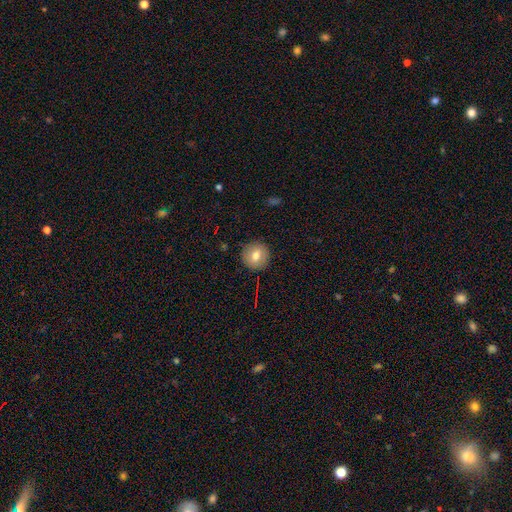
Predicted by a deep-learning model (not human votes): smooth 76%, featured or disk 15%, star or artifact 9%. Down the decision tree: how rounded — round (94%); merging — none (91%).